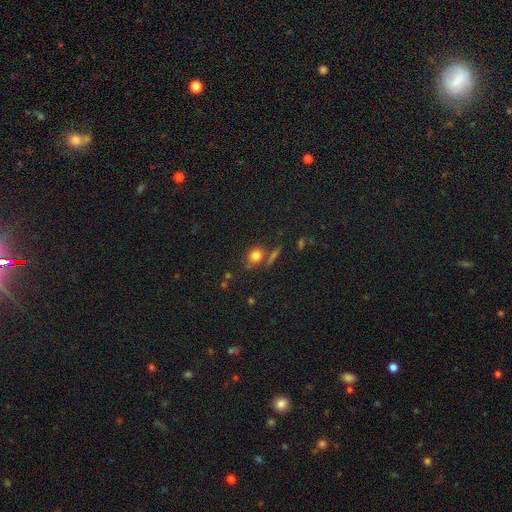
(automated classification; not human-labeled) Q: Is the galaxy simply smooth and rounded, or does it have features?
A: smooth — 77%.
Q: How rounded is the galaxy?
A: round — 65%.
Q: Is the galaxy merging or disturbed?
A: none — 66%.